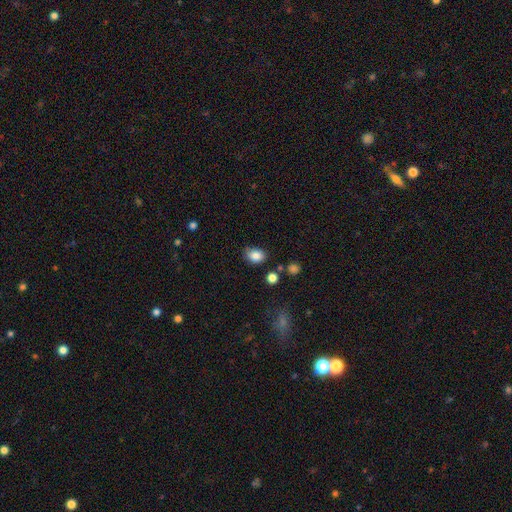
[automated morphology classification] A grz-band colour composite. It shows a smooth galaxy with no disk features (84%) that is in between round and cigar-shaped (66%). Merging: none (70%).